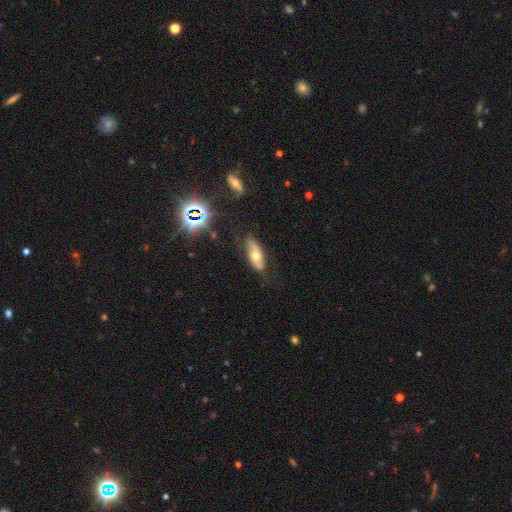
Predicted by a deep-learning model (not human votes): Morphology: type=smooth (49%); merging=none (72%).